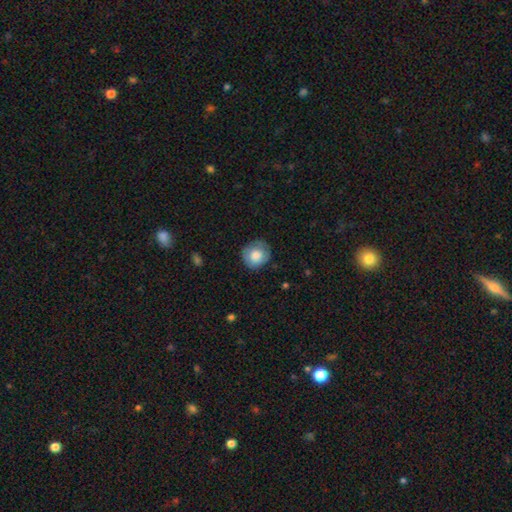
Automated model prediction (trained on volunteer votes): Smooth or featured? Predicted: smooth (p=0.78). How rounded? Predicted: round (p=0.85). Merging? Predicted: none (p=0.75).